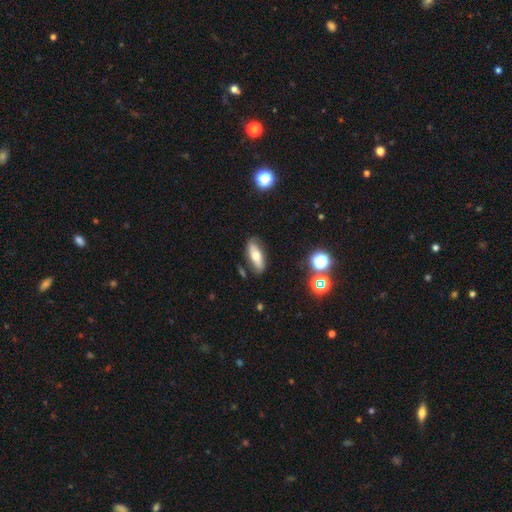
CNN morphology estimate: smooth-or-featured: smooth: 57% | featured or disk: 34% | star or artifact: 9%
  how-rounded: in between: 64% | cigar-shaped: 32% | round: 4%
  merging: none: 81% | minor disturbance: 13% | major disturbance: 3% | merger: 3%